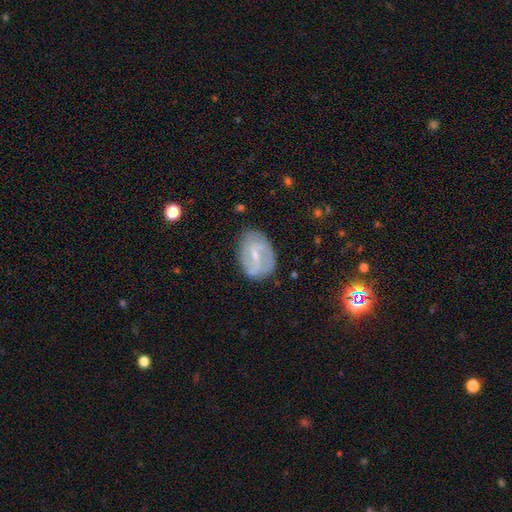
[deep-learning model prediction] Smooth or featured?
  - featured or disk: 67% *
  - smooth: 25%
  - star or artifact: 7%
Edge-on disk?
  - no: 95% *
  - yes: 5%
Bar?
  - weak: 49% *
  - strong: 35%
  - no: 16%
Spiral arms?
  - yes: 69% *
  - no: 31%
Bulge size?
  - small: 64% *
  - moderate: 27%
  - none: 7%
  - large: 1%
  - dominant: 1%
Merging?
  - none: 72% *
  - minor disturbance: 20%
  - major disturbance: 7%
  - merger: 2%